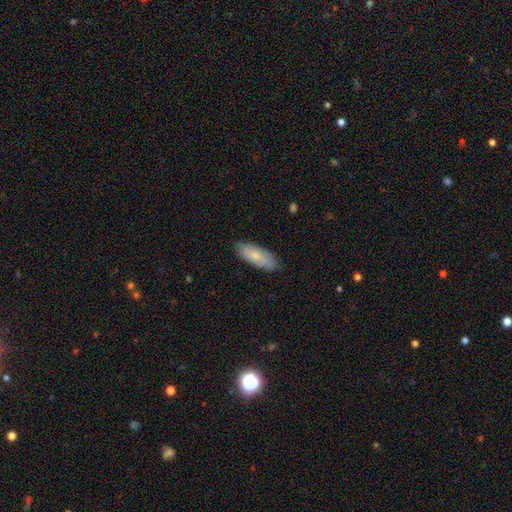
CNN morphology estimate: Smooth or featured?
  - smooth: 70% *
  - featured or disk: 24%
  - star or artifact: 6%
How rounded?
  - in between: 74% *
  - cigar-shaped: 25%
  - round: 2%
Merging?
  - none: 83% *
  - minor disturbance: 14%
  - major disturbance: 2%
  - merger: 1%